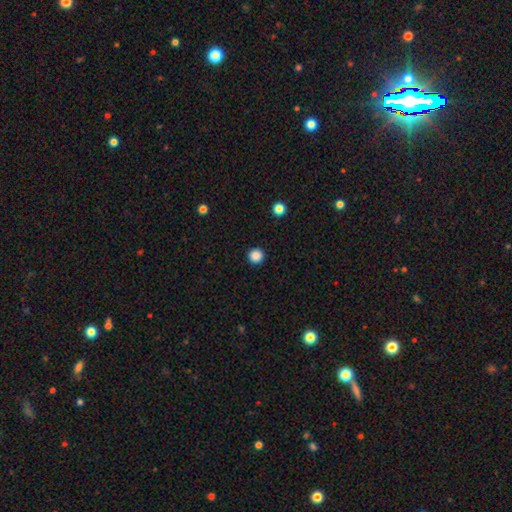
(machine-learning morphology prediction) A smooth galaxy with no disk features (87%) that is round (95%).

Vote fractions:
- Smooth or featured? smooth: 87% / star or artifact: 11% / featured or disk: 2%
- How rounded? round: 95% / in between: 4% / cigar-shaped: 1%
- Merging? none: 93% / minor disturbance: 4% / major disturbance: 2% / merger: 1%